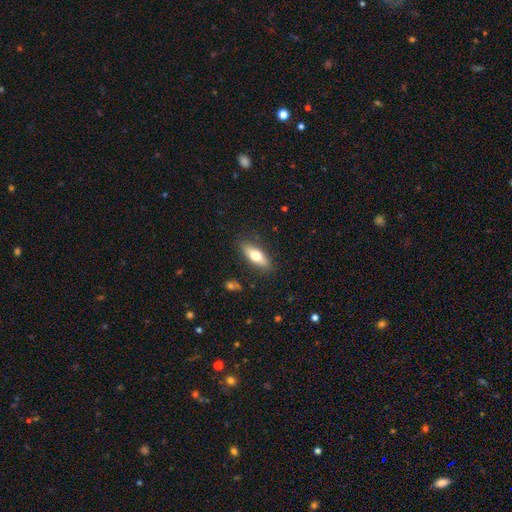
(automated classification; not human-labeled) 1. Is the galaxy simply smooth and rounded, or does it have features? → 67% smooth, 27% featured or disk, 6% star or artifact.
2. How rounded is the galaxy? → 62% in between, 35% cigar-shaped, 3% round.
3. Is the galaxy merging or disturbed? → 85% none, 11% minor disturbance, 3% major disturbance, 1% merger.